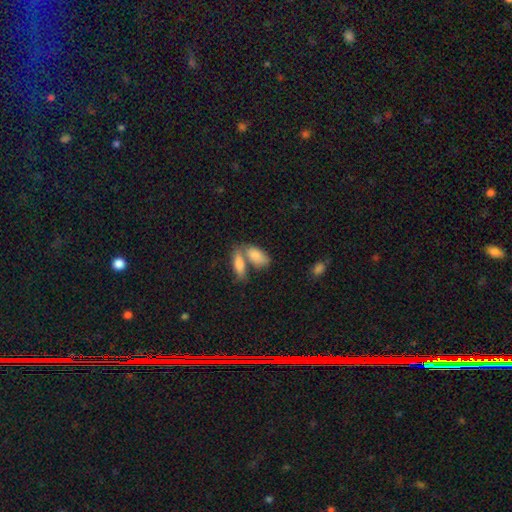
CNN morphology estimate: Smooth or featured?
  - smooth: 82% *
  - featured or disk: 12%
  - star or artifact: 6%
How rounded?
  - in between: 88% *
  - cigar-shaped: 9%
  - round: 4%
Merging?
  - merger: 52% *
  - none: 34%
  - minor disturbance: 10%
  - major disturbance: 4%